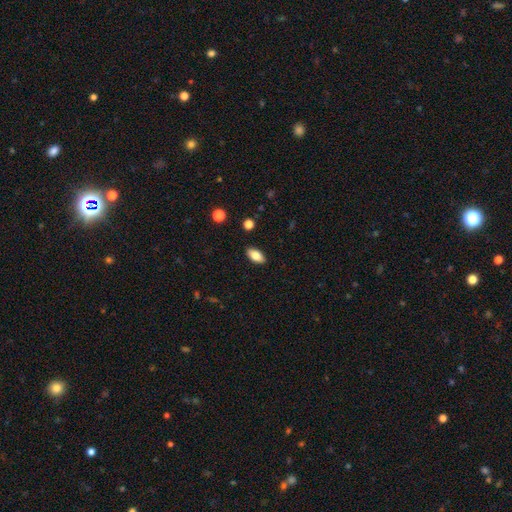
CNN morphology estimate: smooth 81%, featured or disk 12%, star or artifact 8%. Down the decision tree: how rounded — in between (90%); merging — none (89%).